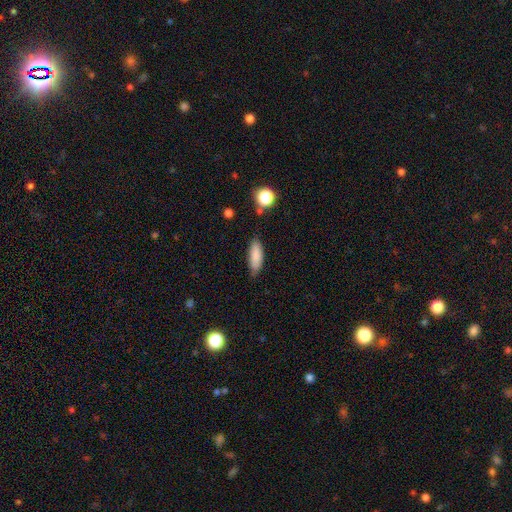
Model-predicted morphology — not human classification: This is clearly a smooth galaxy (86%). How rounded: likely in between (63%). Merging: likely none (79%).